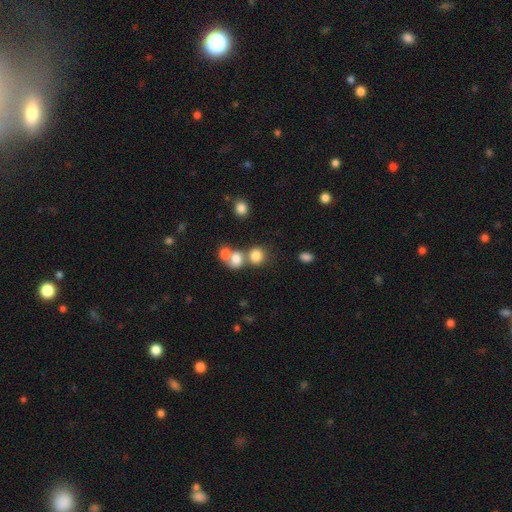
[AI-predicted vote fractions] This appears to be a smooth galaxy with no disk features (78%) that is round (77%). Merging: none (47%).